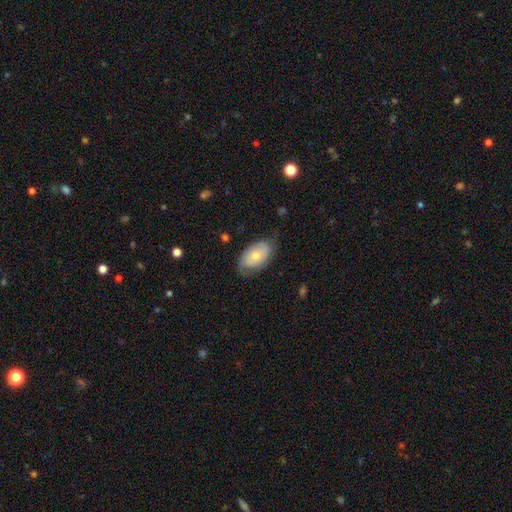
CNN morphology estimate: A smooth galaxy with no disk features (57%) that is in between round and cigar-shaped (93%).

Vote fractions:
- Smooth or featured? smooth: 57% / featured or disk: 37% / star or artifact: 6%
- How rounded? in between: 93% / round: 6% / cigar-shaped: 2%
- Merging? none: 63% / minor disturbance: 28% / major disturbance: 8% / merger: 1%